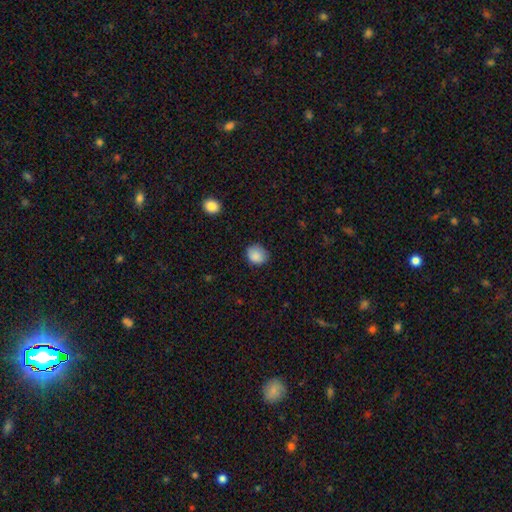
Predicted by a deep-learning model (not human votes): Smooth or featured? smooth (87%)
How rounded? round (58%)
Merging? none (73%)